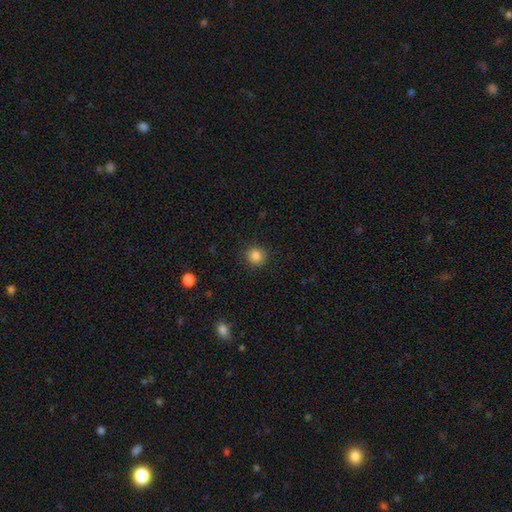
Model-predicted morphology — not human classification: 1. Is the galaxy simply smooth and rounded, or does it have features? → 86% smooth, 10% star or artifact, 4% featured or disk.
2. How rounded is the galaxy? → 91% round, 8% in between, 1% cigar-shaped.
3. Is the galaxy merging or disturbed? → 89% none, 7% minor disturbance, 2% major disturbance, 1% merger.